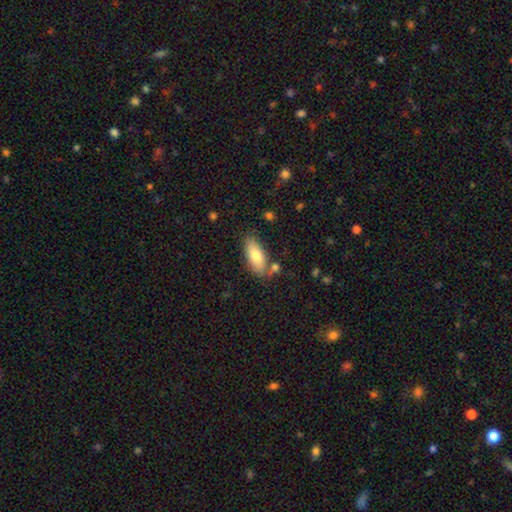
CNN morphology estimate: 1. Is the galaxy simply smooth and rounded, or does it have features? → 77% smooth, 17% featured or disk, 6% star or artifact.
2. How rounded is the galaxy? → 82% in between, 16% cigar-shaped, 2% round.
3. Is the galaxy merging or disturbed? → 75% none, 15% minor disturbance, 7% merger, 3% major disturbance.